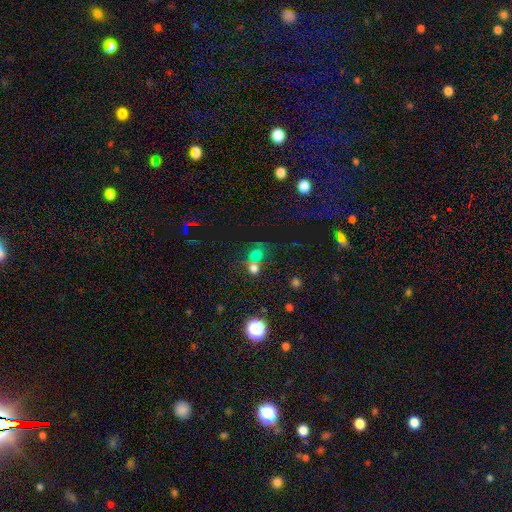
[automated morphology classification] This is likely a smooth galaxy (64%). How rounded: likely round (71%). Merging: possibly merger (50%).